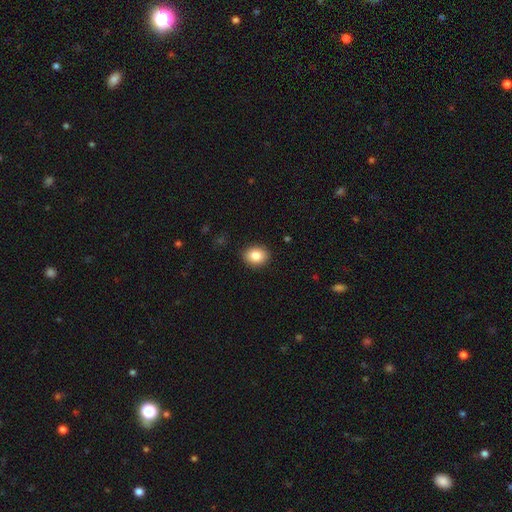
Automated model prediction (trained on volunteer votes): This is clearly a smooth galaxy (84%). How rounded: possibly round (53%). Merging: clearly none (90%).